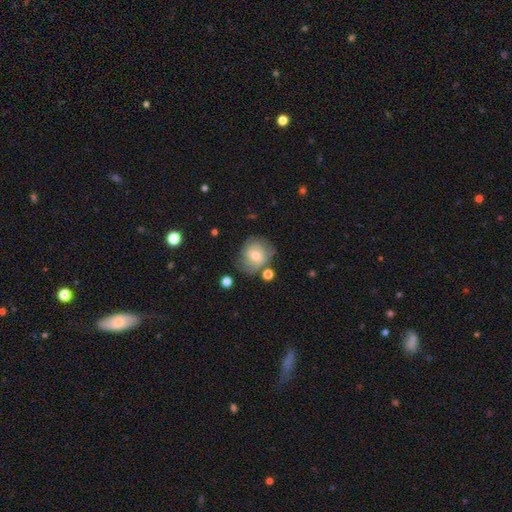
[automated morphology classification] This appears to be a featured or disk galaxy (48%). Merging: none (61%).